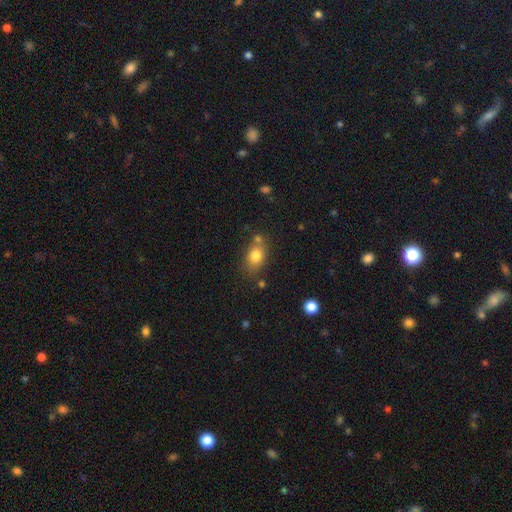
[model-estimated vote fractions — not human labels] Overall: smooth (80%). How rounded: in between (67%; round 31%). Merging: none (64%).